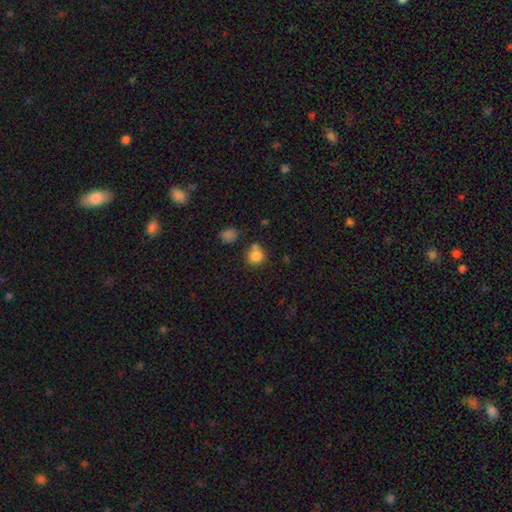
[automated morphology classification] Q: Smooth or featured?
A: smooth (82%); runner-up: star or artifact (11%)
Q: How rounded?
A: round (84%); runner-up: in between (15%)
Q: Merging?
A: none (60%); runner-up: merger (23%)